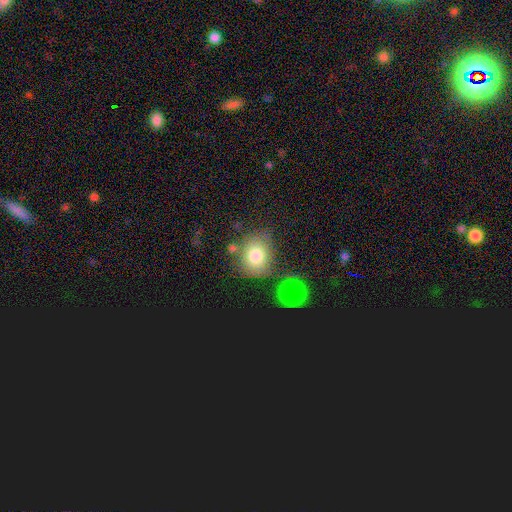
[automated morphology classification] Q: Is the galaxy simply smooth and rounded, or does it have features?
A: smooth — 79%.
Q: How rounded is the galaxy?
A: round — 60%.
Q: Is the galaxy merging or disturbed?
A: none — 60%.